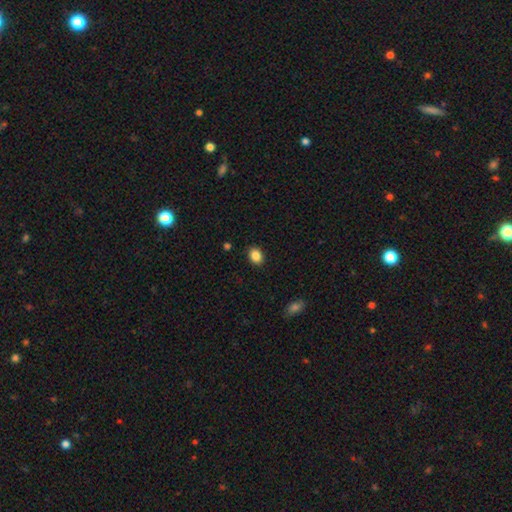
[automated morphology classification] The model was most divided on "how rounded": in between: 63%, round: 36%, cigar-shaped: 1%. More confident: merging — none (89%); smooth or featured — smooth (86%).